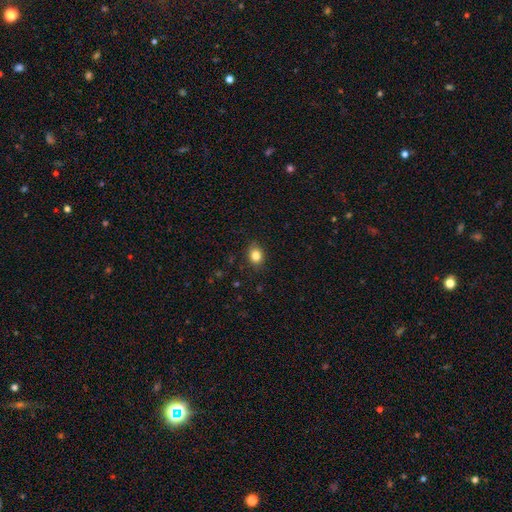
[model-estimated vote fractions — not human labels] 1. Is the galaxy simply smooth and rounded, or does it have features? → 84% smooth, 10% star or artifact, 6% featured or disk.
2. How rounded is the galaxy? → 52% in between, 47% round, 1% cigar-shaped.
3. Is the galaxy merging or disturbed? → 85% none, 12% minor disturbance, 3% major disturbance, 1% merger.